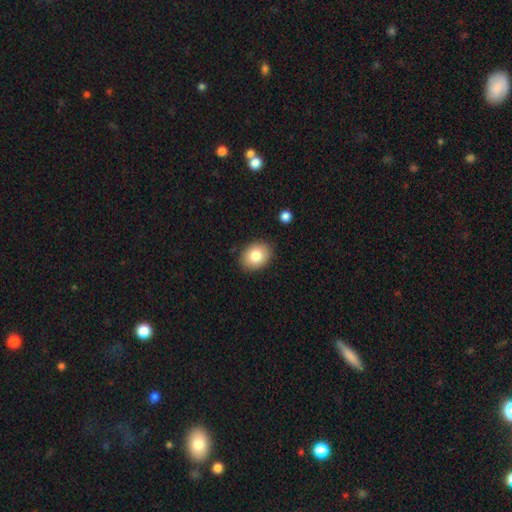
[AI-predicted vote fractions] Smooth or featured?
  - smooth: 82% *
  - featured or disk: 10%
  - star or artifact: 8%
How rounded?
  - in between: 62% *
  - round: 37%
  - cigar-shaped: 1%
Merging?
  - none: 87% *
  - minor disturbance: 10%
  - major disturbance: 2%
  - merger: 2%